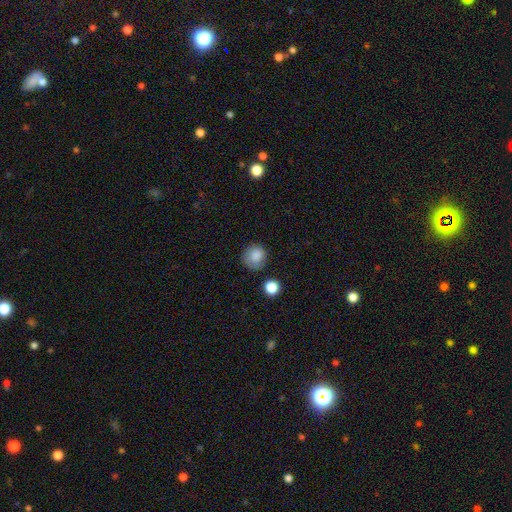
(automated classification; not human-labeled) Q: Smooth or featured?
A: smooth (84%); runner-up: star or artifact (9%)
Q: How rounded?
A: round (89%); runner-up: in between (10%)
Q: Merging?
A: none (74%); runner-up: minor disturbance (17%)